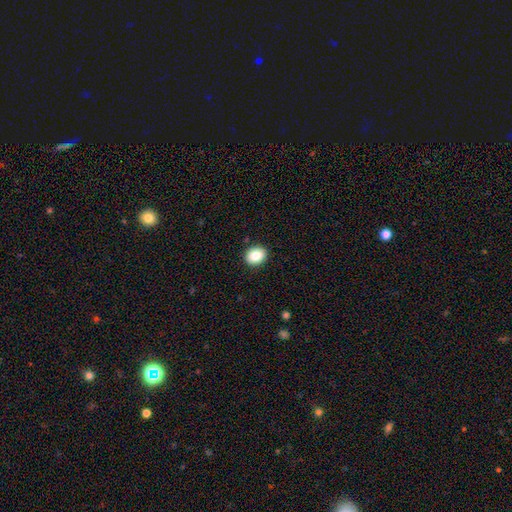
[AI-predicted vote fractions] Smooth or featured? smooth (86%)
How rounded? round (50%)
Merging? none (91%)